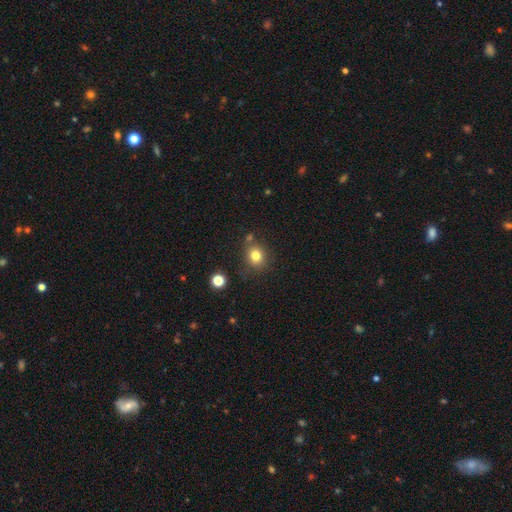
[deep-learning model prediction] smooth 80%, star or artifact 13%, featured or disk 7%. Down the decision tree: how rounded — round (78%); merging — none (75%).